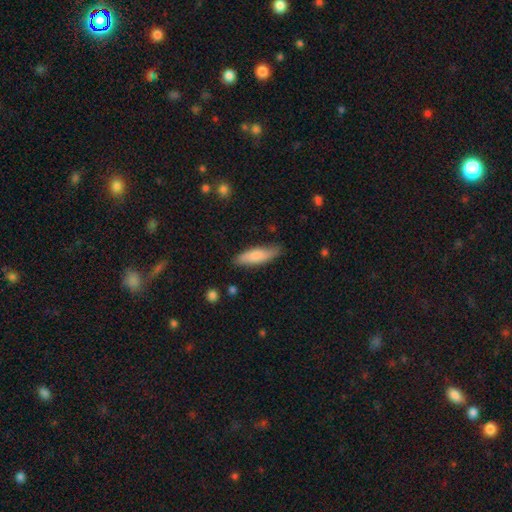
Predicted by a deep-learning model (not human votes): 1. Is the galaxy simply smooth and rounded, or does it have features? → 78% smooth, 17% featured or disk, 6% star or artifact.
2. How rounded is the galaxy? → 54% cigar-shaped, 44% in between, 2% round.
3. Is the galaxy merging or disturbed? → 78% none, 18% minor disturbance, 3% major disturbance, 2% merger.